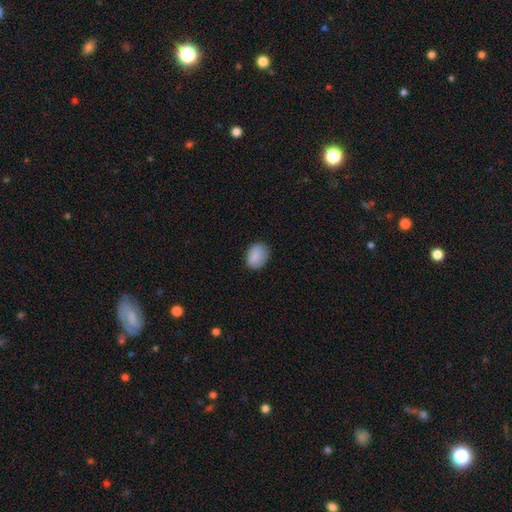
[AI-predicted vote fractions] smooth 88%, star or artifact 8%, featured or disk 5%. Down the decision tree: how rounded — in between (64%); merging — none (79%).